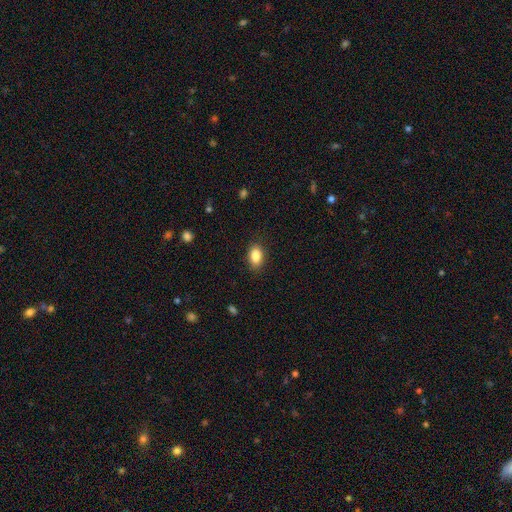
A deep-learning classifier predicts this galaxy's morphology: Smooth or featured?
  - smooth: 87% *
  - star or artifact: 8%
  - featured or disk: 5%
How rounded?
  - in between: 87% *
  - round: 11%
  - cigar-shaped: 2%
Merging?
  - none: 86% *
  - minor disturbance: 10%
  - major disturbance: 3%
  - merger: 1%